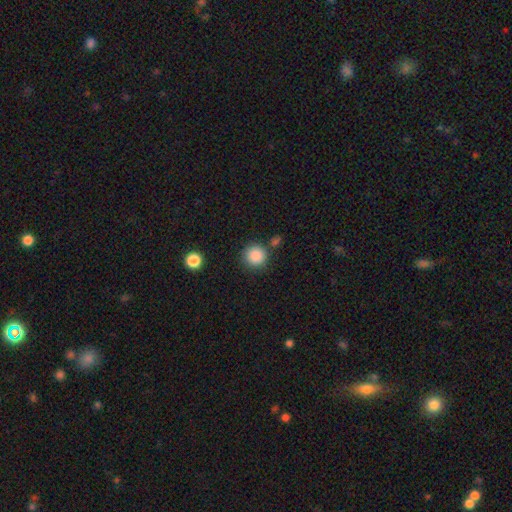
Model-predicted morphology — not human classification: type=smooth (88%); roundness=round (94%); merging=none (83%).